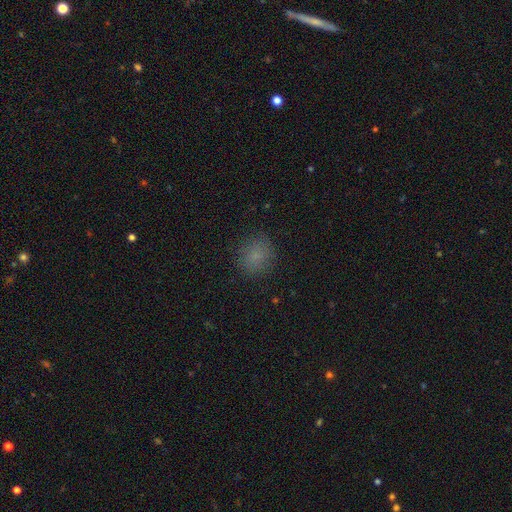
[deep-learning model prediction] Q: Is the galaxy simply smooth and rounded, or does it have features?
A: smooth — 80%.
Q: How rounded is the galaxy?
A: round — 76%.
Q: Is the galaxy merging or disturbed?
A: none — 85%.